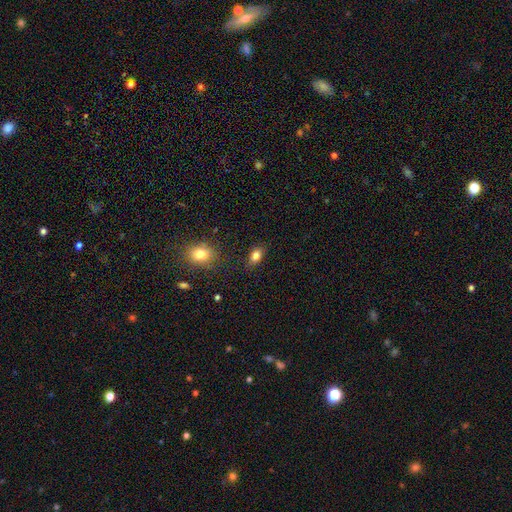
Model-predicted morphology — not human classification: Smooth or featured? smooth (82%)
How rounded? in between (83%)
Merging? none (83%)